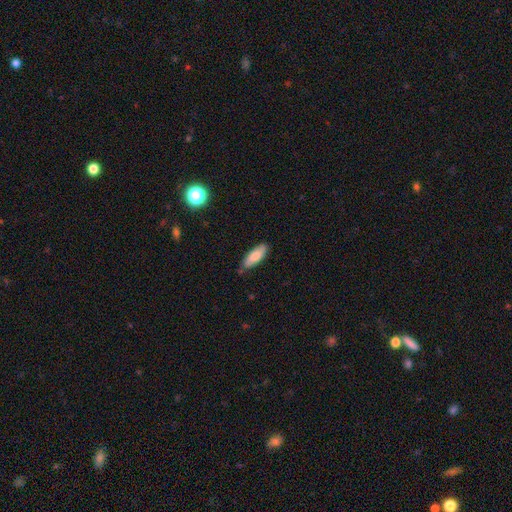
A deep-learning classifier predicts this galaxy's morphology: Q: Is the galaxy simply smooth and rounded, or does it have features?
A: smooth — 79%.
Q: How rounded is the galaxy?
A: in between — 62%.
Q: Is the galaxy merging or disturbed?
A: none — 78%.